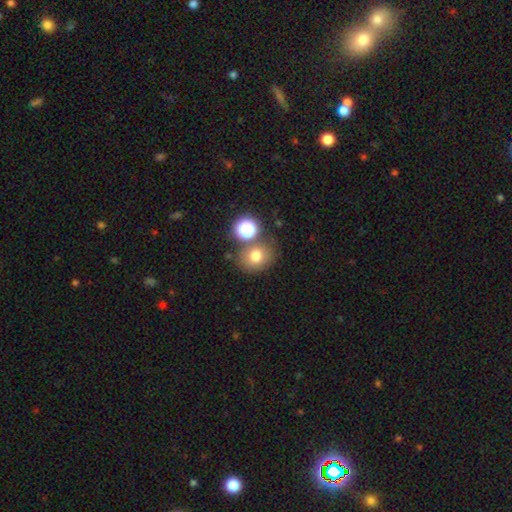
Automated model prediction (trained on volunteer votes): This appears to be a smooth galaxy with no disk features (73%) that is round (69%). Merging: none (68%).